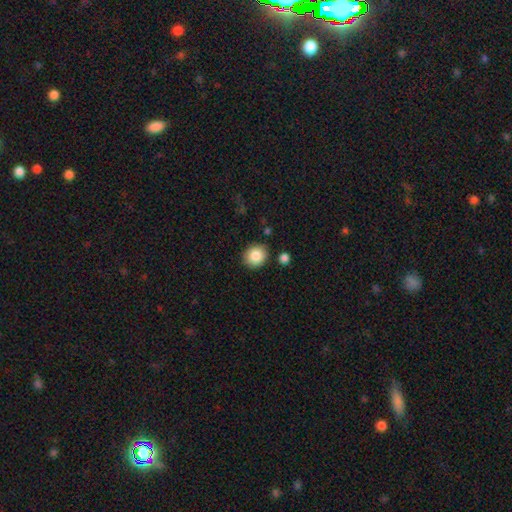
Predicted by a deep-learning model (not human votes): The model was most divided on "how rounded": round: 79%, in between: 20%, cigar-shaped: 1%. More confident: smooth or featured — smooth (86%); merging — none (85%).